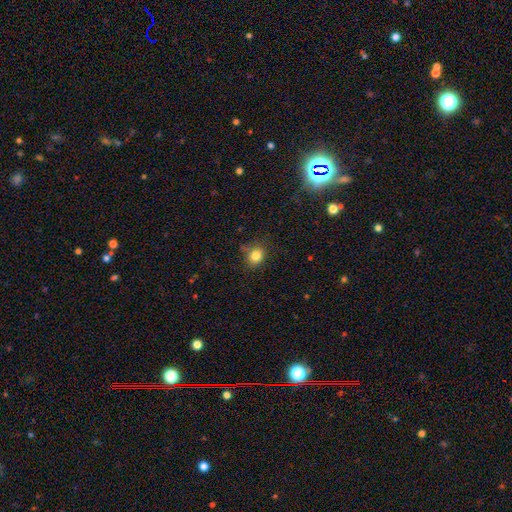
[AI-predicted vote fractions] Morphology: type=smooth (82%); roundness=round (77%); merging=none (76%).